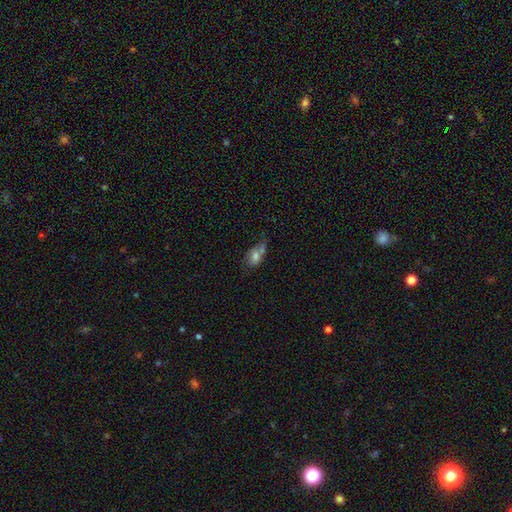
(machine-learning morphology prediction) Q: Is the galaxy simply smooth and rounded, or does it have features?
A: smooth — 67%.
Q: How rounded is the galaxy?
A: in between — 77%.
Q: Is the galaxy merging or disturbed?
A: merger — 36%.